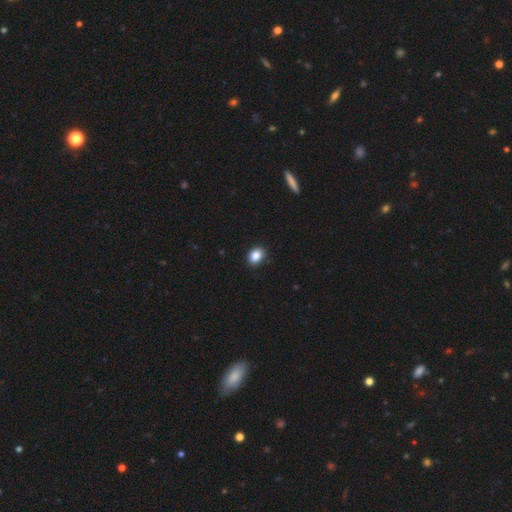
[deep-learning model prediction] Q: Smooth or featured?
A: smooth (87%); runner-up: star or artifact (9%)
Q: How rounded?
A: in between (63%); runner-up: round (36%)
Q: Merging?
A: none (89%); runner-up: minor disturbance (8%)